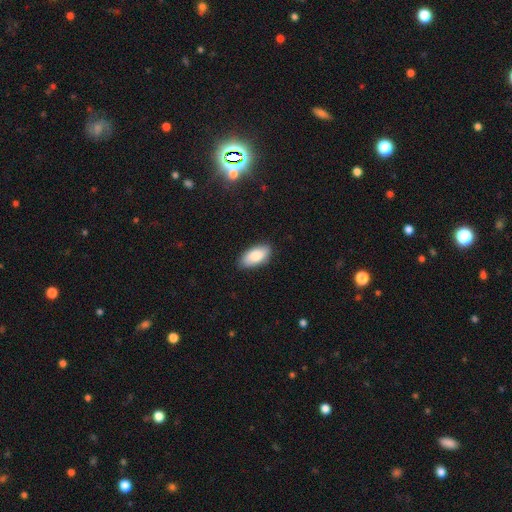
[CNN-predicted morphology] Q: Smooth or featured?
A: smooth (83%); runner-up: featured or disk (11%)
Q: How rounded?
A: in between (93%); runner-up: cigar-shaped (4%)
Q: Merging?
A: none (85%); runner-up: minor disturbance (12%)